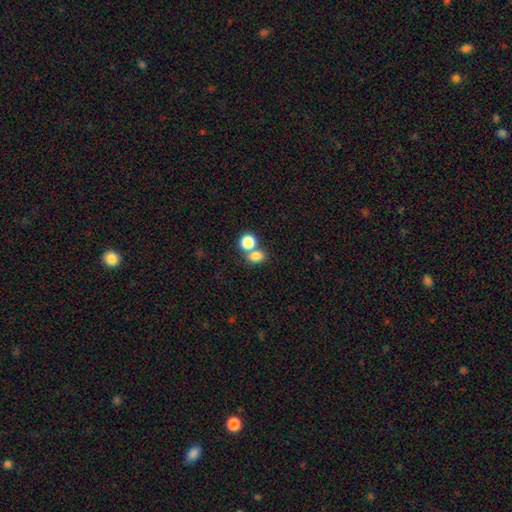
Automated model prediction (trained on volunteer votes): A smooth galaxy with no disk features (79%) that is in between round and cigar-shaped (52%). Merging: none (52%).